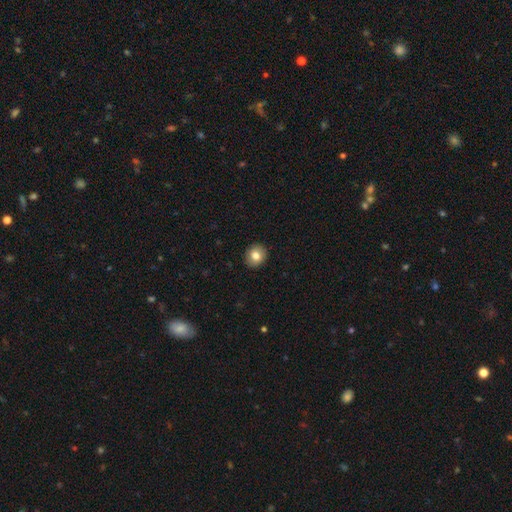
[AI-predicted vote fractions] A smooth galaxy with no disk features (80%) that is round (75%).

Vote fractions:
- Smooth or featured? smooth: 80% / featured or disk: 11% / star or artifact: 9%
- How rounded? round: 75% / in between: 24% / cigar-shaped: 1%
- Merging? none: 91% / minor disturbance: 6% / major disturbance: 2% / merger: 1%